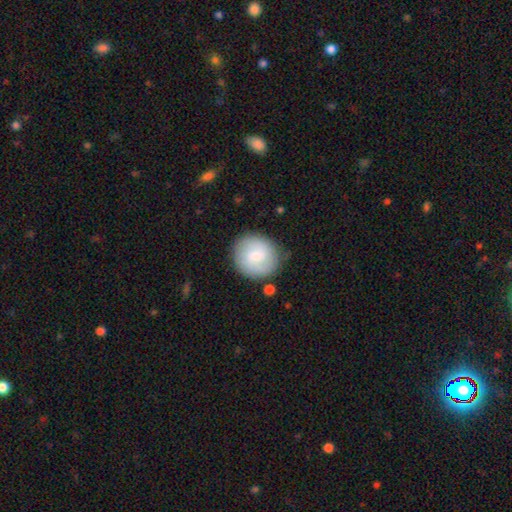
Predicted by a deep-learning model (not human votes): This appears to be a smooth galaxy with no disk features (61%) that is round (85%). Merging: none (82%).